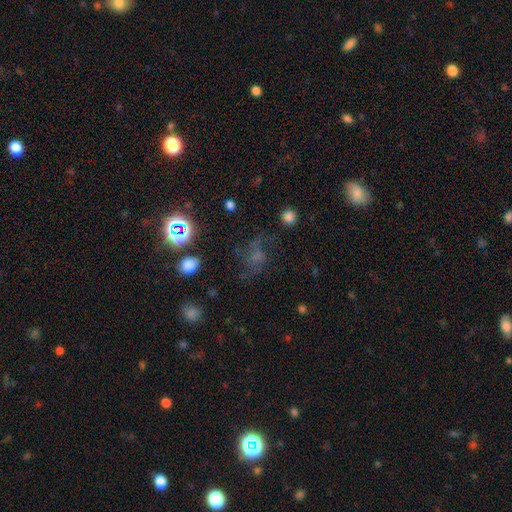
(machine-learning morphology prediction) This appears to be a smooth galaxy with no disk features (37%). Merging: none (56%).